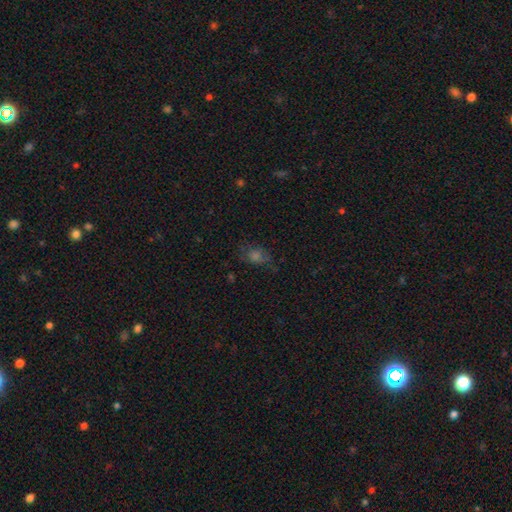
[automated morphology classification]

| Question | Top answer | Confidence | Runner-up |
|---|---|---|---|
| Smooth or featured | smooth | 50% | star or artifact (32%) |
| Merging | none | 65% | minor disturbance (21%) |